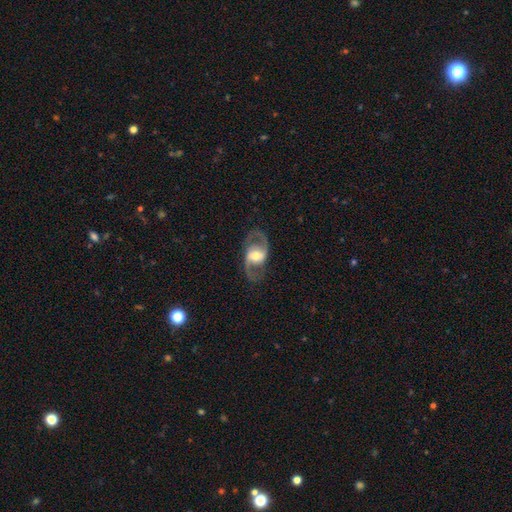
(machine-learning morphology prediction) Q: Smooth or featured?
A: featured or disk (88%); runner-up: smooth (8%)
Q: Edge-on disk?
A: no (96%); runner-up: yes (4%)
Q: Bar?
A: weak (42%); runner-up: no (35%)
Q: Spiral arms?
A: yes (94%); runner-up: no (6%)
Q: Spiral winding?
A: medium (54%); runner-up: loose (35%)
Q: Spiral arm count?
A: 2 (93%); runner-up: can't tell (3%)
Q: Bulge size?
A: moderate (63%); runner-up: small (19%)
Q: Merging?
A: none (81%); runner-up: minor disturbance (11%)